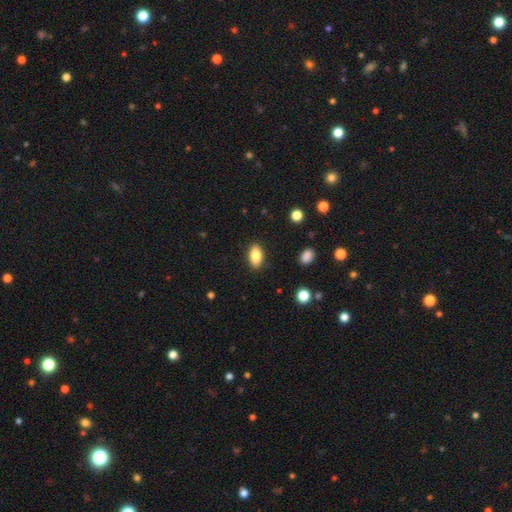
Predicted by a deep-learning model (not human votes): This appears to be a smooth galaxy with no disk features (81%) that is in between round and cigar-shaped (89%). Merging: none (88%).